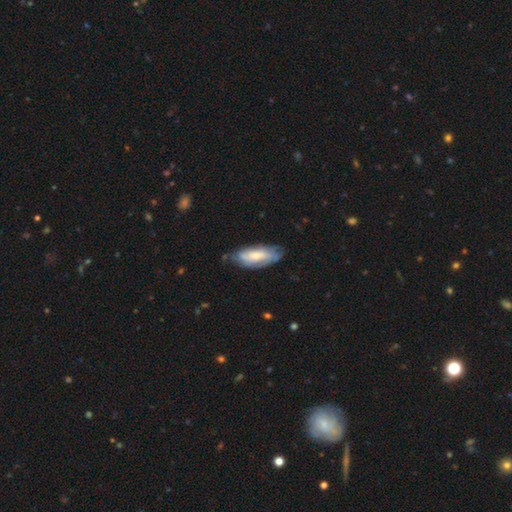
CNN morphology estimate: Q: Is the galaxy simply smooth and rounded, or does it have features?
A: featured or disk — 53%.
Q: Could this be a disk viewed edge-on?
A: no — 83%.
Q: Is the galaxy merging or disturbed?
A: none — 64%.